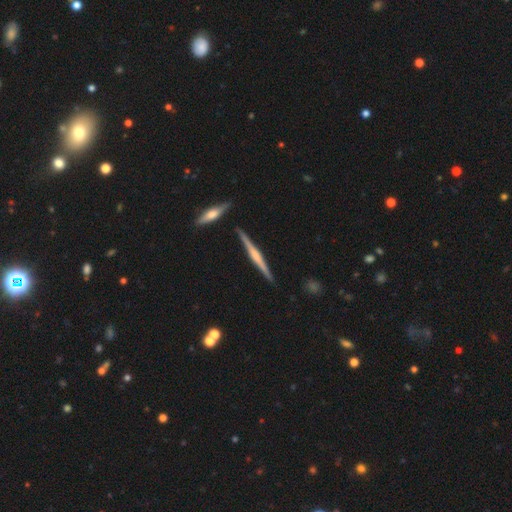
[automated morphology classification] type=featured or disk (73%); edge-on=yes (98%); edge-on bulge=rounded (63%); merging=none (89%).